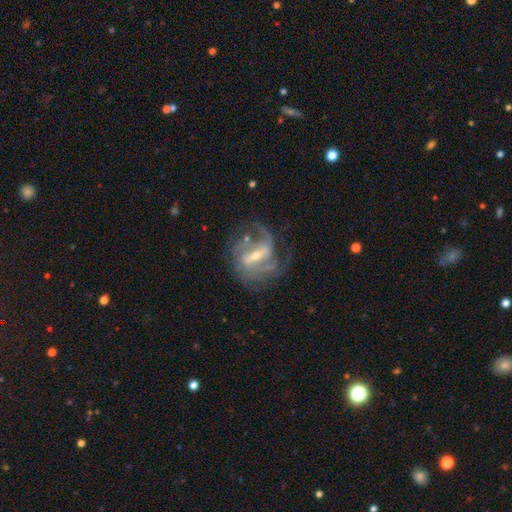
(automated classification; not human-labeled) smooth-or-featured: featured or disk: 89% | star or artifact: 6% | smooth: 5%
  disk-edge-on: no: 96% | yes: 4%
    bar: strong: 60% | weak: 31% | no: 8%
    has-spiral-arms: yes: 95% | no: 5%
      spiral-winding: medium: 49% | tight: 28% | loose: 24%
      spiral-arm-count: 2: 33% | 3: 30% | can't tell: 17% | 4: 11% | 1: 5% | more than 4: 4%
    bulge-size: small: 56% | moderate: 39% | large: 2% | none: 2% | dominant: 1%
  merging: none: 60% | major disturbance: 19% | minor disturbance: 19% | merger: 3%